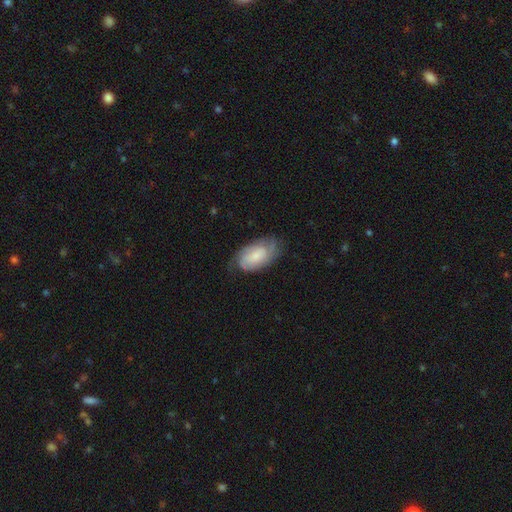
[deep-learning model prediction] A featured or disk galaxy (58%) with no bar (63%), spiral arms (88%) and a small central bulge (43%). Merging: none (62%).